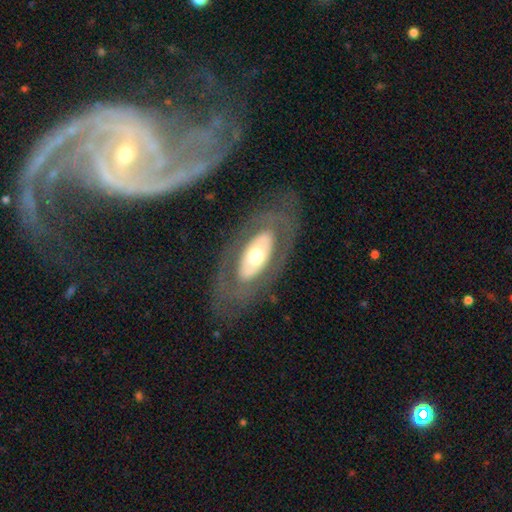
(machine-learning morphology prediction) Smooth or featured? Predicted: featured or disk (p=0.63). Edge-on disk? Predicted: no (p=0.87). Bar? Predicted: no (p=0.82). Spiral arms? Predicted: no (p=0.79). Bulge size? Predicted: moderate (p=0.62). Merging? Predicted: none (p=0.77).